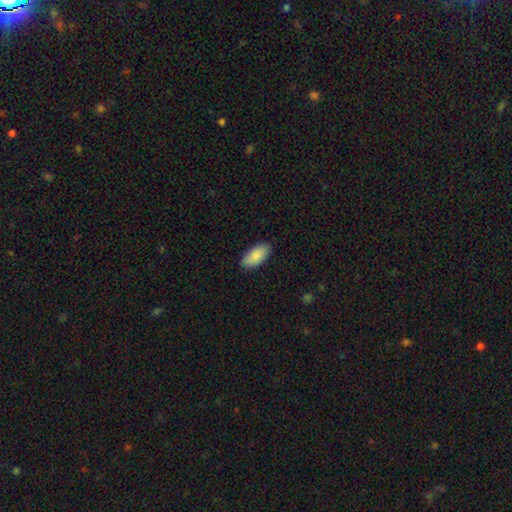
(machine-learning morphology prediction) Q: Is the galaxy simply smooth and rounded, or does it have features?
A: smooth — 88%.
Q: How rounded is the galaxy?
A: in between — 93%.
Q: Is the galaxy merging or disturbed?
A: none — 87%.